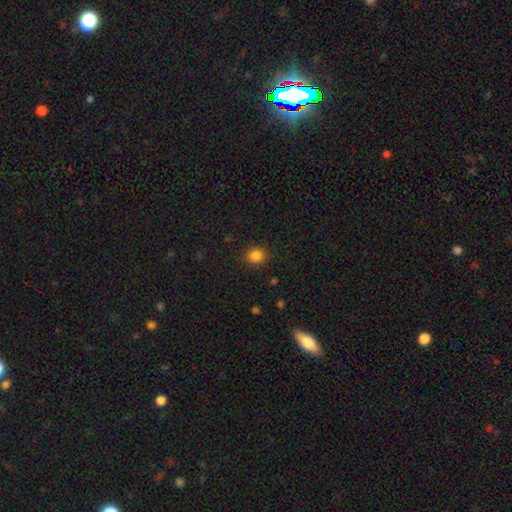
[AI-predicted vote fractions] A smooth galaxy with no disk features (85%) that is round (75%). Merging: none (88%).